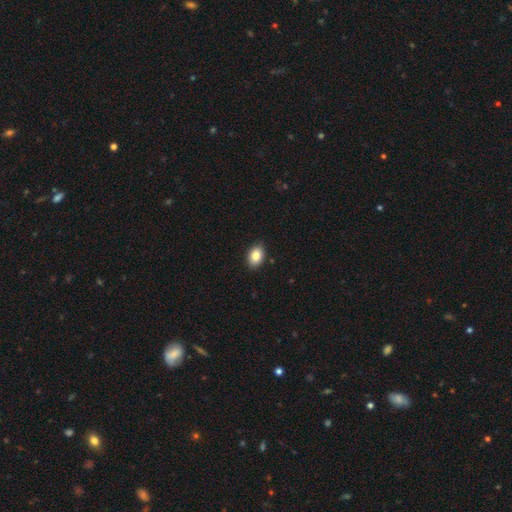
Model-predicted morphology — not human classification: smooth-or-featured: smooth: 85% | star or artifact: 8% | featured or disk: 7%
  how-rounded: in between: 85% | round: 14% | cigar-shaped: 1%
  merging: none: 88% | minor disturbance: 10% | major disturbance: 2% | merger: 1%